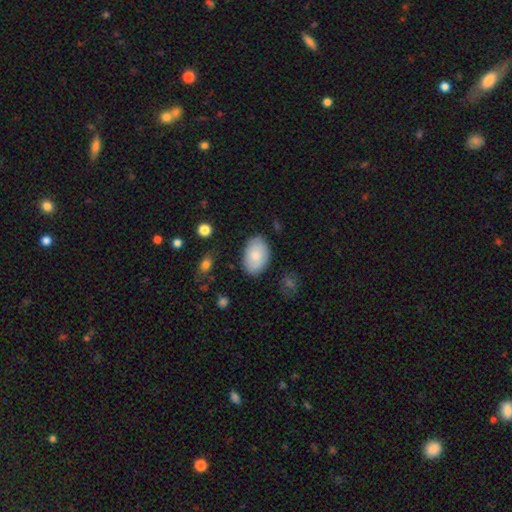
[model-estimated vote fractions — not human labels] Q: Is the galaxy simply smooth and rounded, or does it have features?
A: smooth — 80%.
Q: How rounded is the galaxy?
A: in between — 90%.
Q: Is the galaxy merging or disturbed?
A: none — 82%.